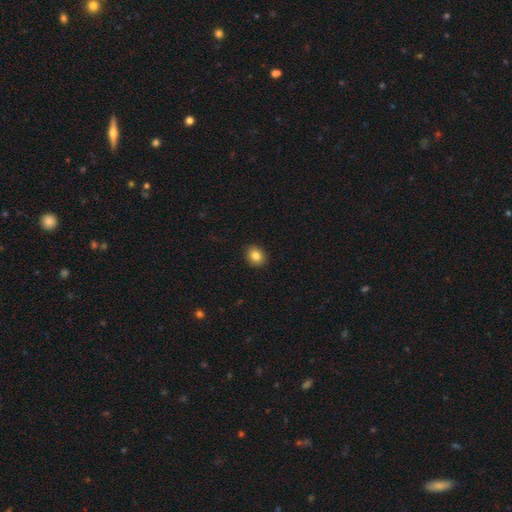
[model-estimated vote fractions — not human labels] smooth-or-featured: smooth: 84% | star or artifact: 10% | featured or disk: 6%
  how-rounded: round: 60% | in between: 39% | cigar-shaped: 1%
  merging: none: 91% | minor disturbance: 7% | major disturbance: 2% | merger: 1%